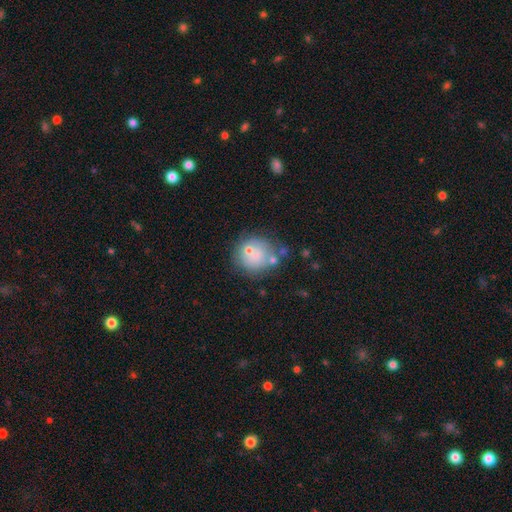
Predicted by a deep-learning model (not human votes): smooth 64%, featured or disk 25%, star or artifact 10%. Down the decision tree: how rounded — round (88%); merging — none (55%).